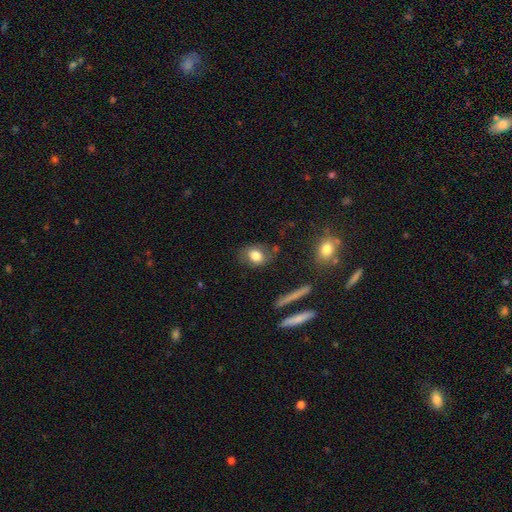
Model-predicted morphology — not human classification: This appears to be a smooth galaxy with no disk features (78%) that is in between round and cigar-shaped (62%). Merging: none (71%).